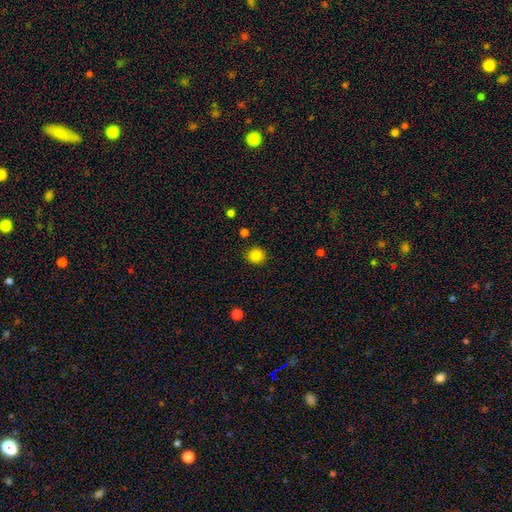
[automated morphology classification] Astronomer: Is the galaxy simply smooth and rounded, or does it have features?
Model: smooth — 86%.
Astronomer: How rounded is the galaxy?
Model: round — 89%.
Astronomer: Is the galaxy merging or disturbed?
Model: none — 89%.